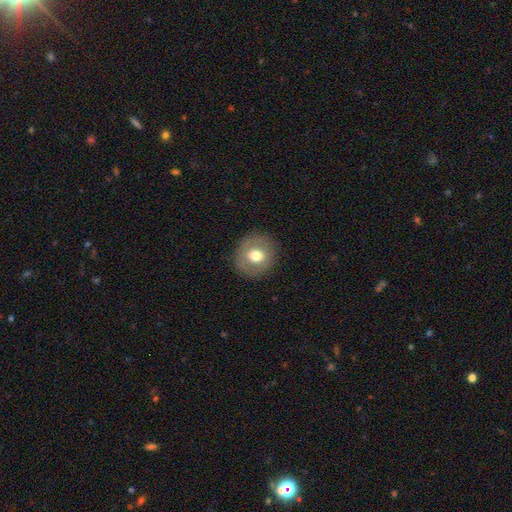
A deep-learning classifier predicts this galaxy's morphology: Q: Smooth or featured?
A: smooth (66%); runner-up: featured or disk (26%)
Q: How rounded?
A: round (84%); runner-up: in between (15%)
Q: Merging?
A: none (88%); runner-up: minor disturbance (8%)